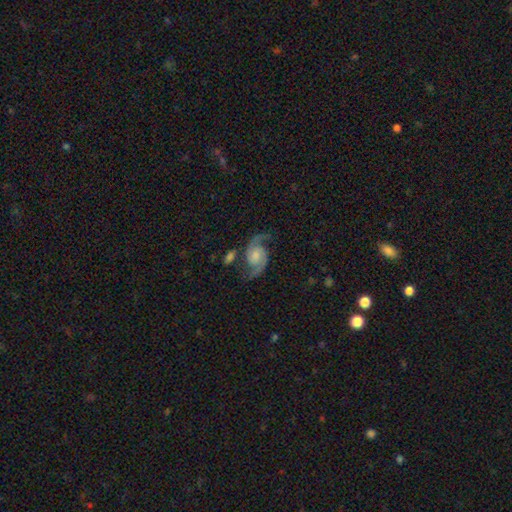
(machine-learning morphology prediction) This appears to be a featured or disk galaxy (89%) with no bar (66%), 2 (94%) medium (47%) spiral arms (98%) and a moderate central bulge (34%). Merging: none (71%).